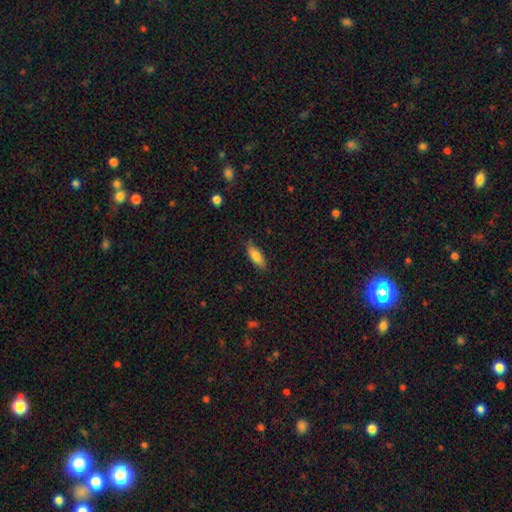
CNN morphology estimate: smooth-or-featured: smooth: 77% | featured or disk: 16% | star or artifact: 7%
  how-rounded: in between: 65% | cigar-shaped: 33% | round: 2%
  merging: none: 81% | minor disturbance: 15% | major disturbance: 3% | merger: 1%